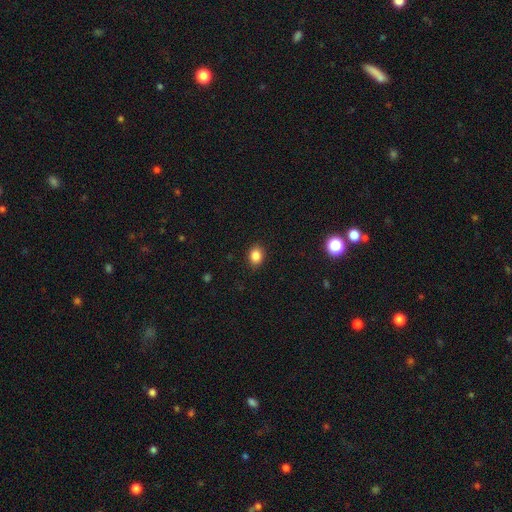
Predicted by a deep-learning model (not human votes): The model was most divided on "how rounded": in between: 55%, round: 44%, cigar-shaped: 1%. More confident: merging — none (88%); smooth or featured — smooth (86%).